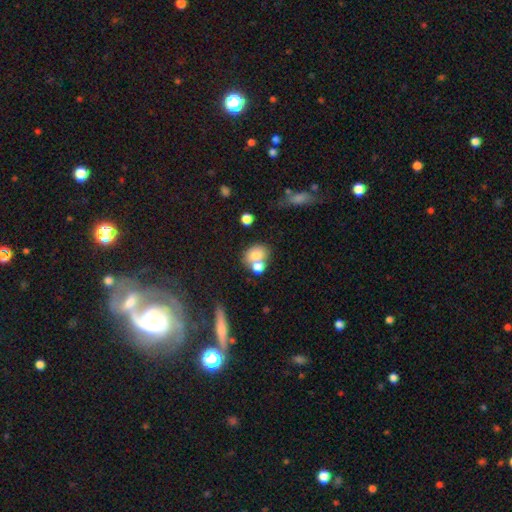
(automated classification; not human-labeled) A smooth galaxy with no disk features (77%) that is in between round and cigar-shaped (54%). Merging: merger (42%).